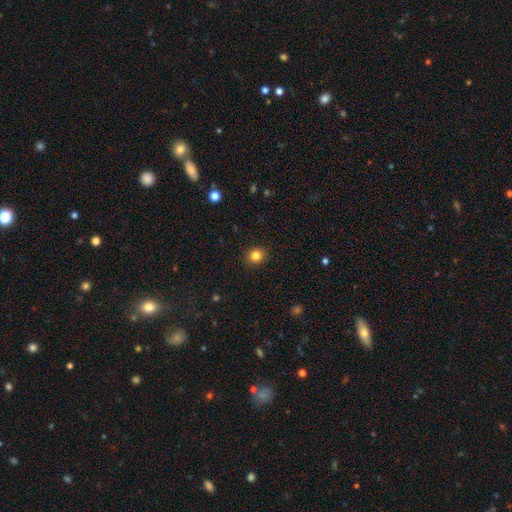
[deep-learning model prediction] Overall: smooth (84%). How rounded: round (84%). Merging: none (91%).